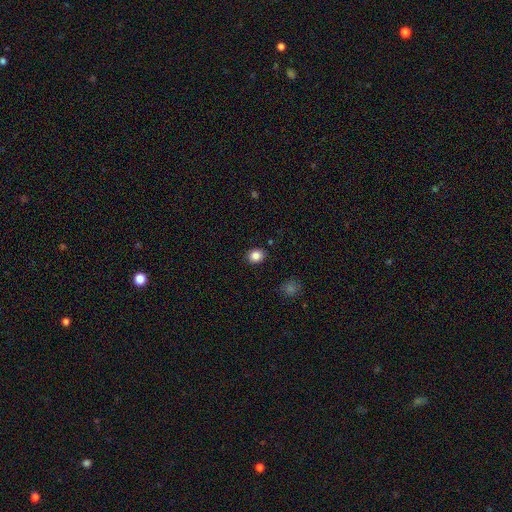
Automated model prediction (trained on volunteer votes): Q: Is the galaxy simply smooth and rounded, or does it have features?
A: smooth — 84%.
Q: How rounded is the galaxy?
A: round — 66%.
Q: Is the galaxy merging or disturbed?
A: none — 89%.